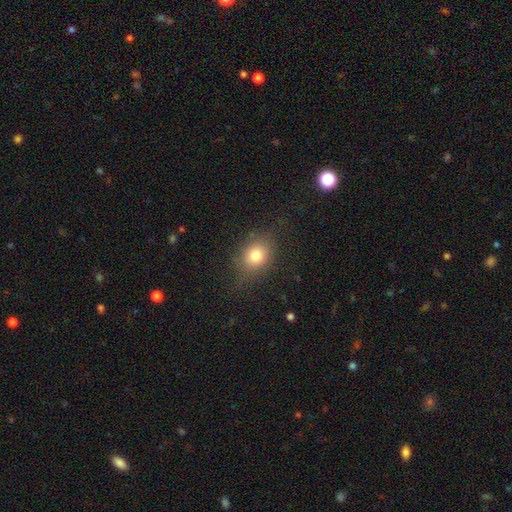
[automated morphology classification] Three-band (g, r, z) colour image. It shows a smooth galaxy with no disk features (76%) that is round (51%). Merging: none (73%).